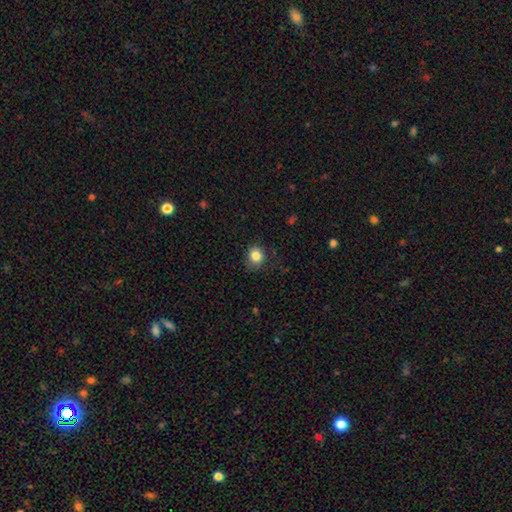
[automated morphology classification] smooth_or_featured: smooth (p=0.84) [alt: star or artifact p=0.11]
how_rounded: round (p=0.70) [alt: in between p=0.29]
merging: none (p=0.76) [alt: minor disturbance p=0.19]